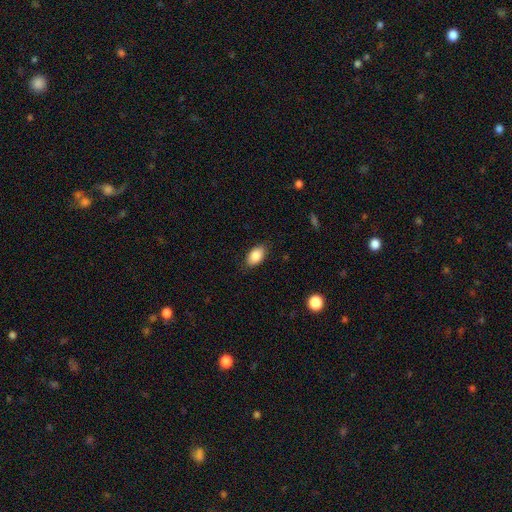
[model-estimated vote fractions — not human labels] A smooth galaxy with no disk features (87%) that is in between round and cigar-shaped (92%). Merging: none (85%).